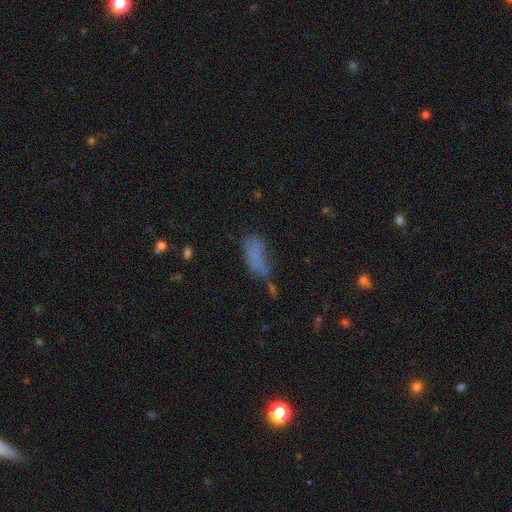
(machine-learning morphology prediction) Smooth or featured? Predicted: smooth (p=0.67). How rounded? Predicted: in between (p=0.80). Merging? Predicted: none (p=0.31).